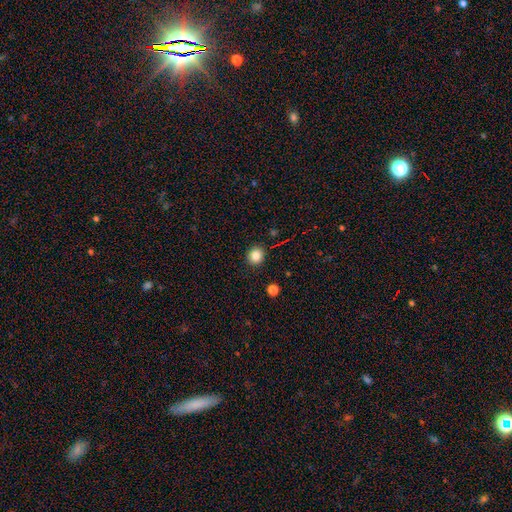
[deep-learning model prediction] Smooth or featured? smooth (83%)
How rounded? round (88%)
Merging? none (90%)